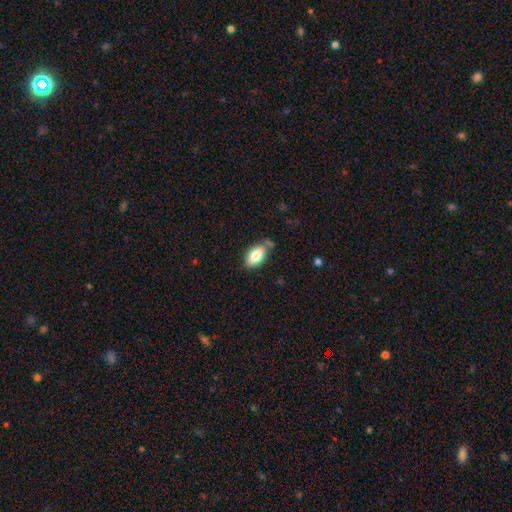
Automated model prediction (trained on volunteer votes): Smooth or featured: smooth — 79% (featured or disk — 14%)
How rounded: in between — 92% (round — 4%)
Merging: none — 66% (minor disturbance — 20%)